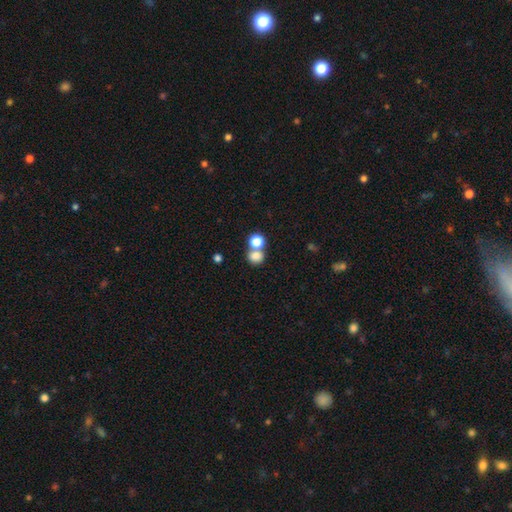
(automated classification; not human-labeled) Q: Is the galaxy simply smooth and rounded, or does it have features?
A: smooth — 78%.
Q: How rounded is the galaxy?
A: round — 71%.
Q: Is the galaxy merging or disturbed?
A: none — 47%.